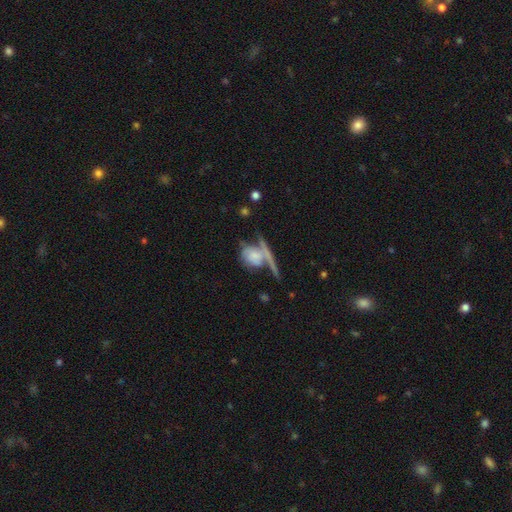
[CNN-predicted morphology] This is possibly a smooth galaxy (50%). Merging: marginally none (36%, tied with merger).